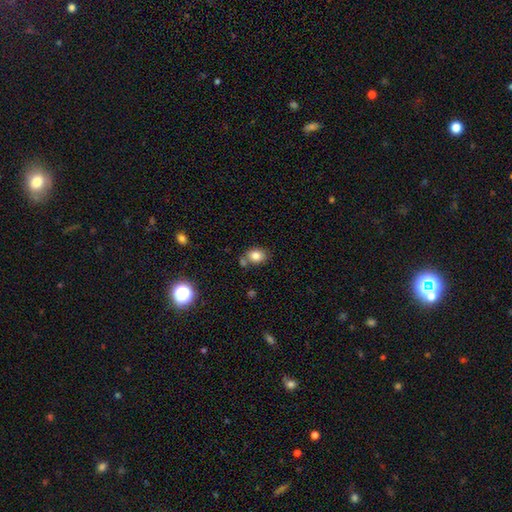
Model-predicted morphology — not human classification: smooth_or_featured: smooth (p=0.82) [alt: star or artifact p=0.10]
how_rounded: in between (p=0.63) [alt: round p=0.36]
merging: none (p=0.63) [alt: merger p=0.18]